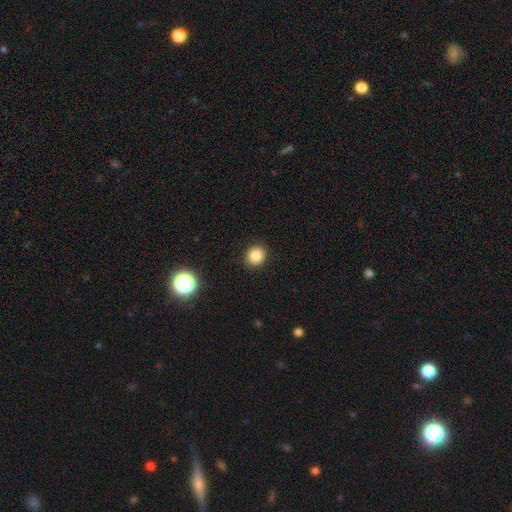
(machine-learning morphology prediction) type=smooth (82%); roundness=round (82%); merging=none (92%).